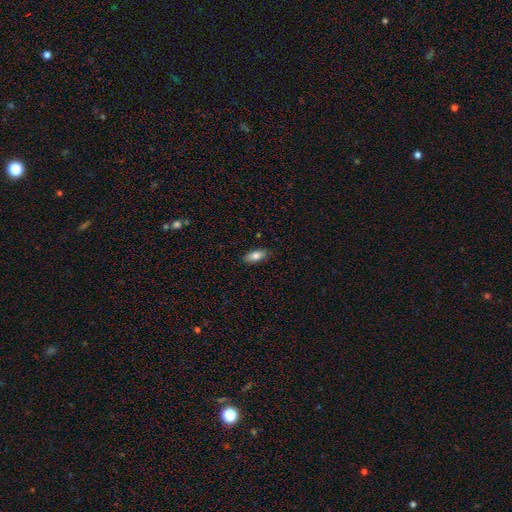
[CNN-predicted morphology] Overall: smooth (80%). How rounded: in between (84%). Merging: none (87%).